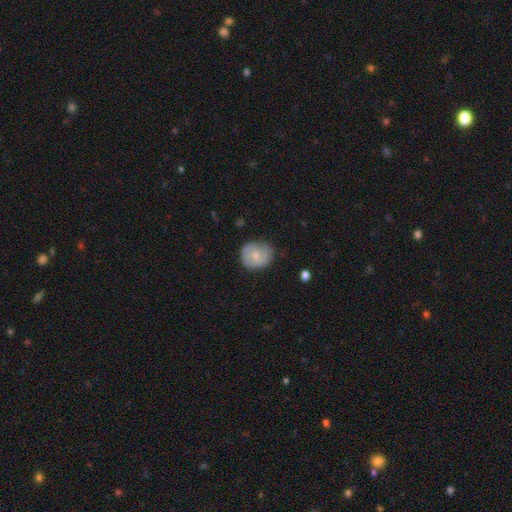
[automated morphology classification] A smooth galaxy with no disk features (68%) that is round (77%). Merging: none (72%).